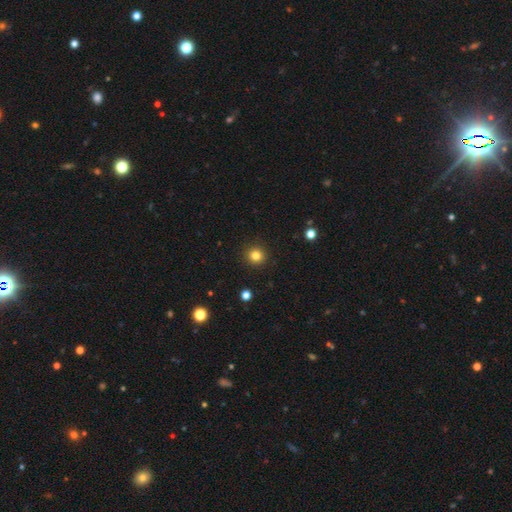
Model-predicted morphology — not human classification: smooth_or_featured: smooth (p=0.82) [alt: star or artifact p=0.13]
how_rounded: round (p=0.94) [alt: in between p=0.05]
merging: none (p=0.92) [alt: minor disturbance p=0.05]